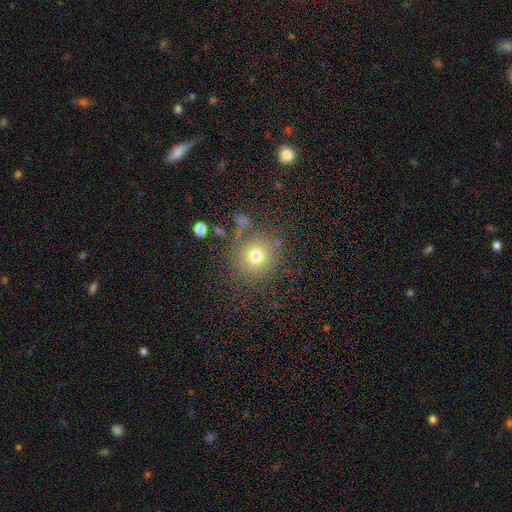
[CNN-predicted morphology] Smooth or featured?
  - smooth: 73% *
  - star or artifact: 15%
  - featured or disk: 11%
How rounded?
  - round: 88% *
  - in between: 11%
  - cigar-shaped: 1%
Merging?
  - none: 78% *
  - minor disturbance: 11%
  - major disturbance: 6%
  - merger: 5%